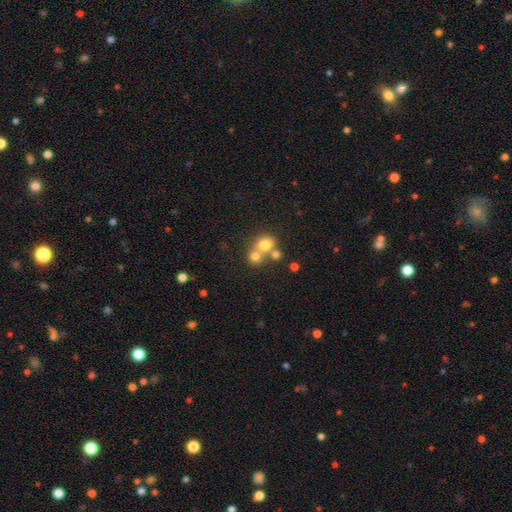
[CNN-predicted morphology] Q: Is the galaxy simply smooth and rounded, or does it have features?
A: smooth — 63%.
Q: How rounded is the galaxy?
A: round — 80%.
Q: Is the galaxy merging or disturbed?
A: merger — 51%.